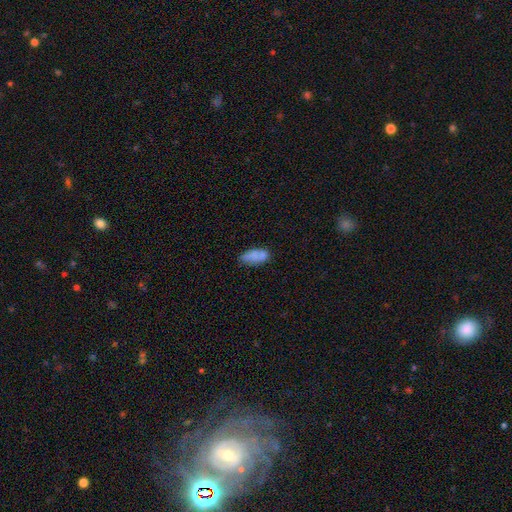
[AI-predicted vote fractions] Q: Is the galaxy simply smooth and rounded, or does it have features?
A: smooth — 74%.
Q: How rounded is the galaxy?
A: in between — 89%.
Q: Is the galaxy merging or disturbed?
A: none — 58%.